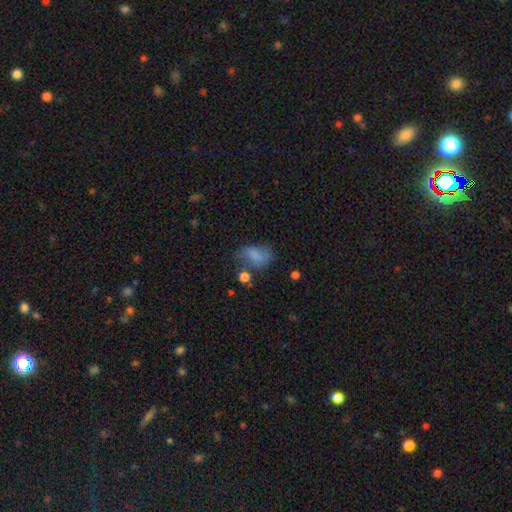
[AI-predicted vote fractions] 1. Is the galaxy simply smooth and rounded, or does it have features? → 69% smooth, 20% featured or disk, 11% star or artifact.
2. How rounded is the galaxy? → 83% in between, 14% round, 2% cigar-shaped.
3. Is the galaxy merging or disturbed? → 48% none, 27% minor disturbance, 16% major disturbance, 8% merger.